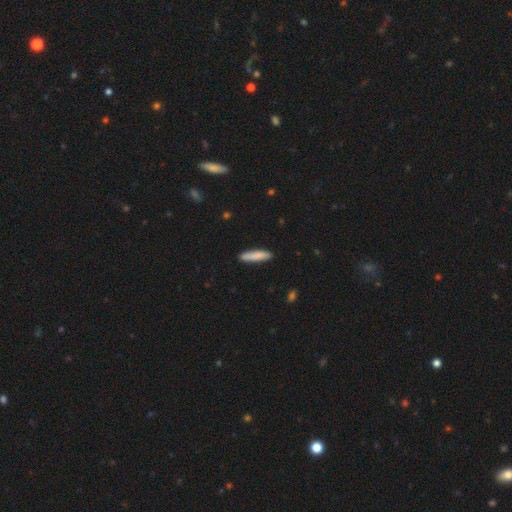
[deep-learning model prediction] Q: Smooth or featured?
A: smooth (84%); runner-up: featured or disk (10%)
Q: How rounded?
A: cigar-shaped (82%); runner-up: in between (17%)
Q: Merging?
A: none (89%); runner-up: minor disturbance (8%)